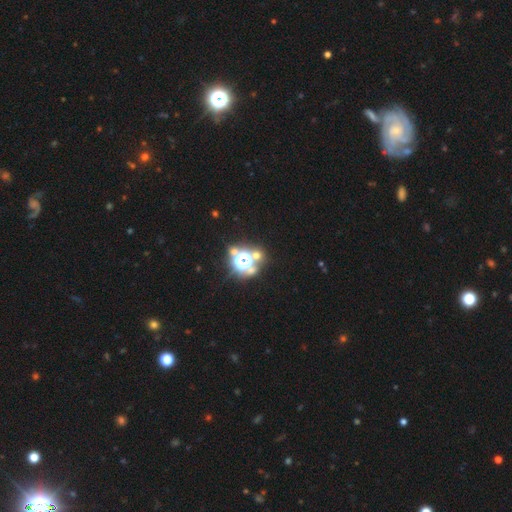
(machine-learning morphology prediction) A star or artifact, not a galaxy (57%).

Vote fractions:
- Smooth or featured? star or artifact: 57% / smooth: 33% / featured or disk: 10%